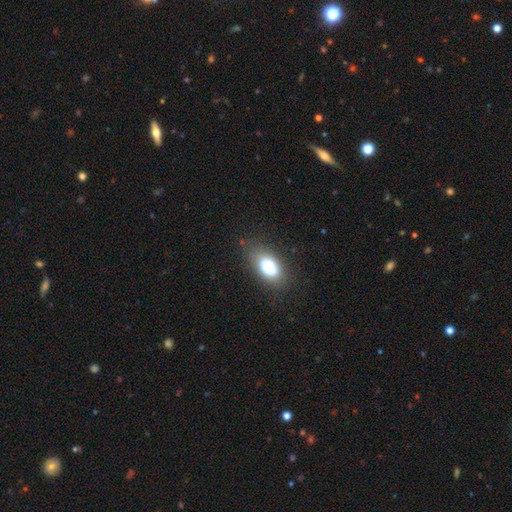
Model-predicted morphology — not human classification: smooth-or-featured: smooth: 80% | star or artifact: 11% | featured or disk: 9%
  how-rounded: in between: 88% | round: 9% | cigar-shaped: 4%
  merging: none: 82% | minor disturbance: 14% | major disturbance: 4% | merger: 1%